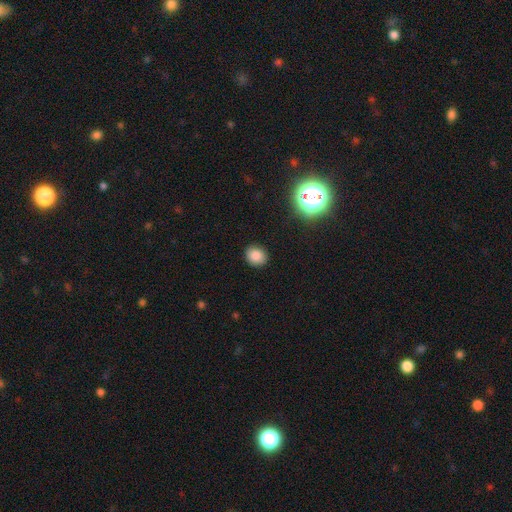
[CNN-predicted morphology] Q: Smooth or featured?
A: smooth (84%); runner-up: star or artifact (12%)
Q: How rounded?
A: round (65%); runner-up: in between (34%)
Q: Merging?
A: none (88%); runner-up: minor disturbance (9%)